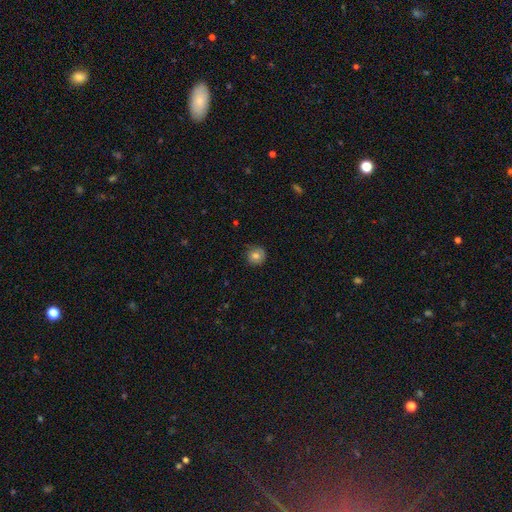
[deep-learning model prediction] Morphology: type=smooth (76%); roundness=round (91%); merging=none (76%).